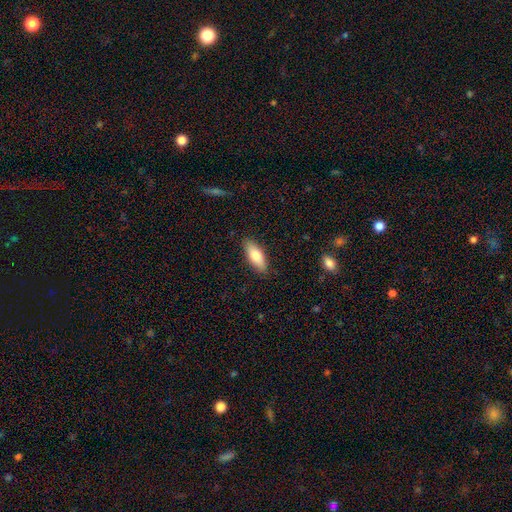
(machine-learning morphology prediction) This is likely a smooth galaxy (75%). How rounded: likely in between (74%). Merging: clearly none (86%).